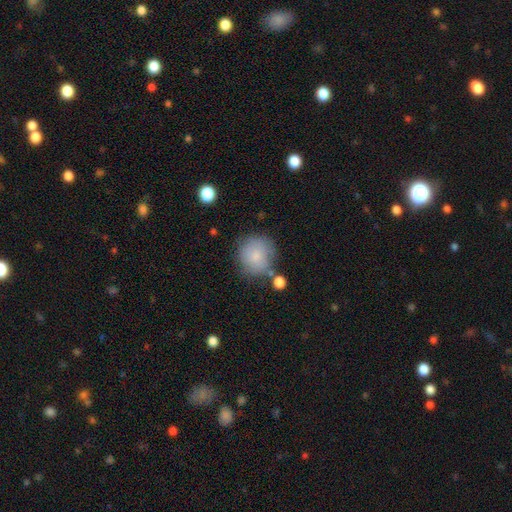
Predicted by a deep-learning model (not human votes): This is likely a smooth galaxy (79%). How rounded: clearly round (88%). Merging: likely none (68%).